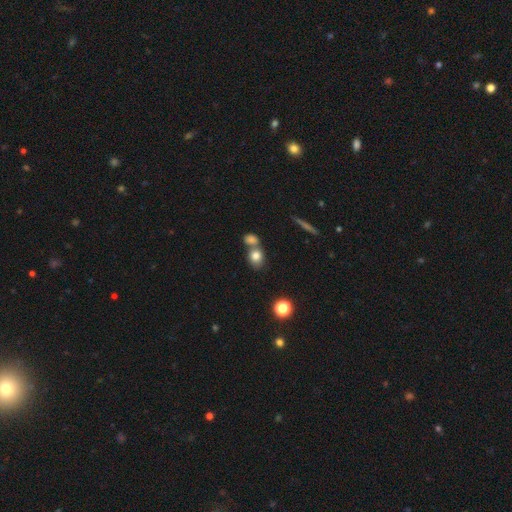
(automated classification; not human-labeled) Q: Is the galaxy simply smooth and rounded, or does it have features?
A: smooth — 79%.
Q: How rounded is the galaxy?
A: round — 52%.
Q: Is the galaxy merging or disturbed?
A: merger — 44%.